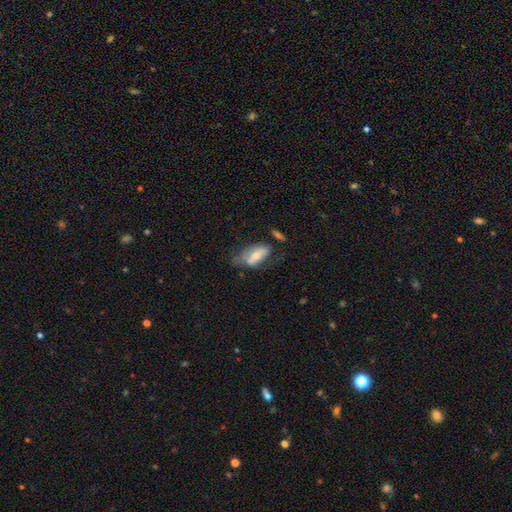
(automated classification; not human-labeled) A smooth galaxy with no disk features (51%) that is in between round and cigar-shaped (87%). Merging: none (41%).